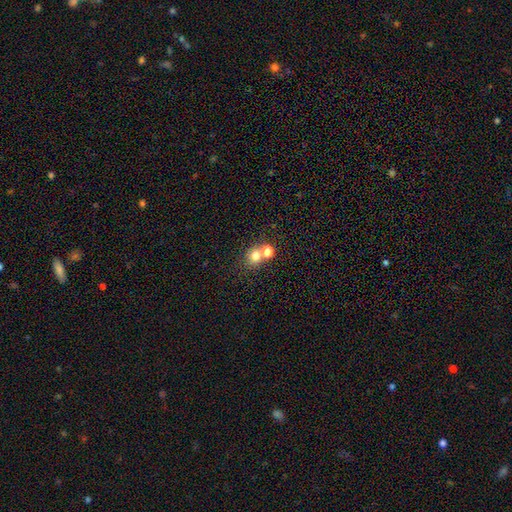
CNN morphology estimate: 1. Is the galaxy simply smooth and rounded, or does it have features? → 73% smooth, 17% star or artifact, 10% featured or disk.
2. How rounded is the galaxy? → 78% round, 21% in between, 1% cigar-shaped.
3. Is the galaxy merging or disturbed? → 54% none, 35% merger, 7% minor disturbance, 4% major disturbance.